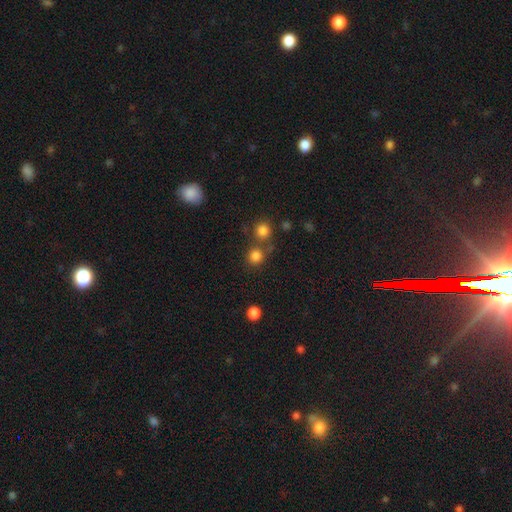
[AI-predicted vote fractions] smooth_or_featured: smooth (p=0.81) [alt: star or artifact p=0.14]
how_rounded: round (p=0.90) [alt: in between p=0.09]
merging: none (p=0.66) [alt: merger p=0.22]